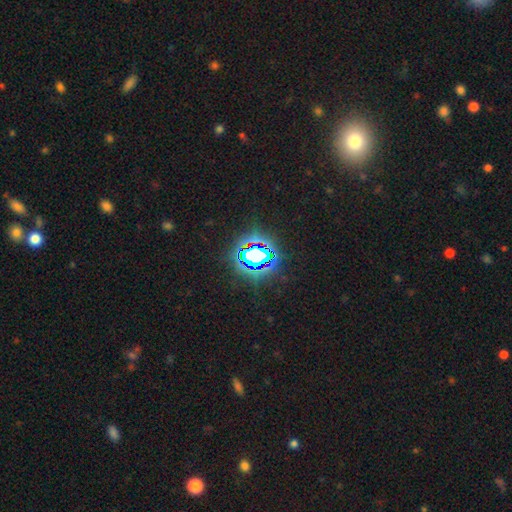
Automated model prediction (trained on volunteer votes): A star or artifact, not a galaxy (73%).